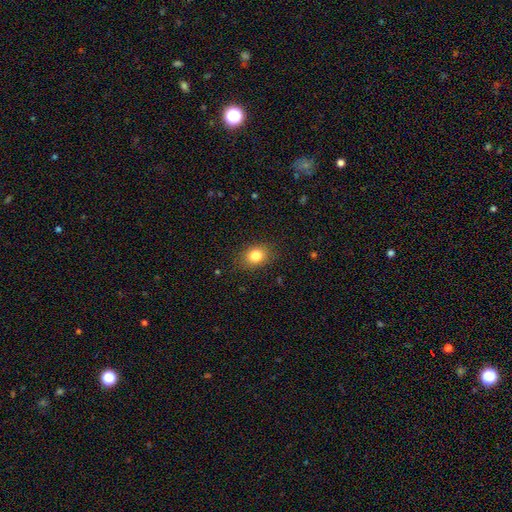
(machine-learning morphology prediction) Overall: smooth (82%). How rounded: in between (53%; round 45%). Merging: none (85%).